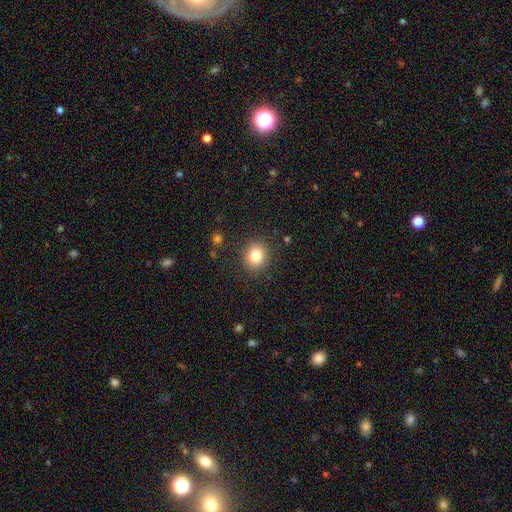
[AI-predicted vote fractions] Smooth or featured: smooth — 82% (star or artifact — 11%)
How rounded: round — 73% (in between — 26%)
Merging: none — 87% (minor disturbance — 9%)